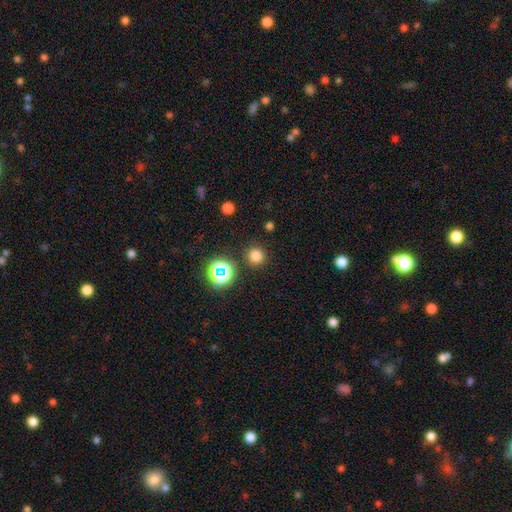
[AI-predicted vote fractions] Smooth or featured? smooth (74%)
How rounded? round (94%)
Merging? none (88%)